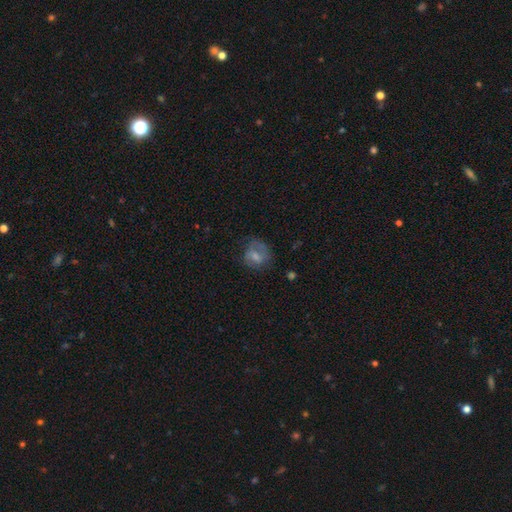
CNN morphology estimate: Smooth or featured? smooth (58%)
How rounded? round (64%)
Merging? none (50%)